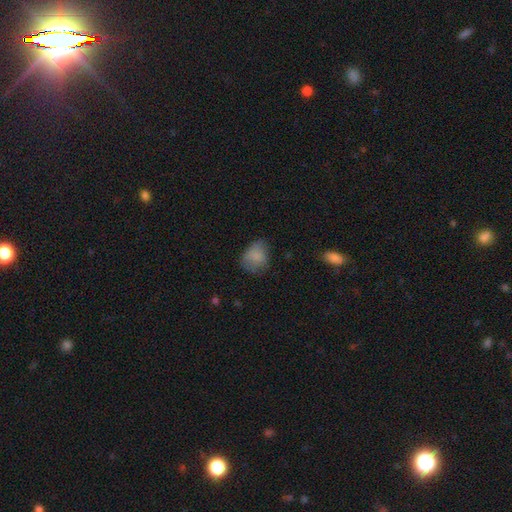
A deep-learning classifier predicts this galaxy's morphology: Overall: smooth (81%). How rounded: round (56%; in between 43%). Merging: none (57%; minor disturbance 30%).